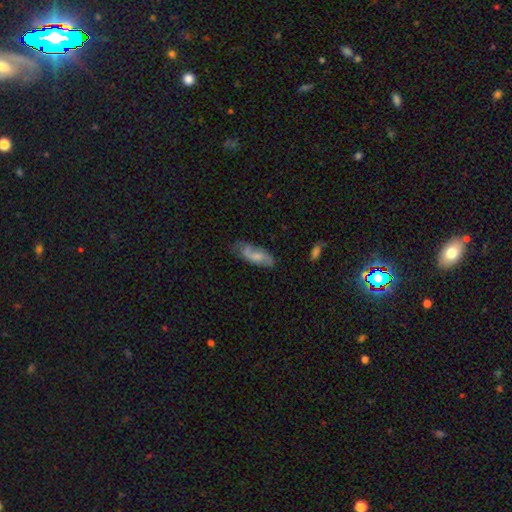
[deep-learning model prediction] A smooth galaxy with no disk features (50%). Merging: none (61%).